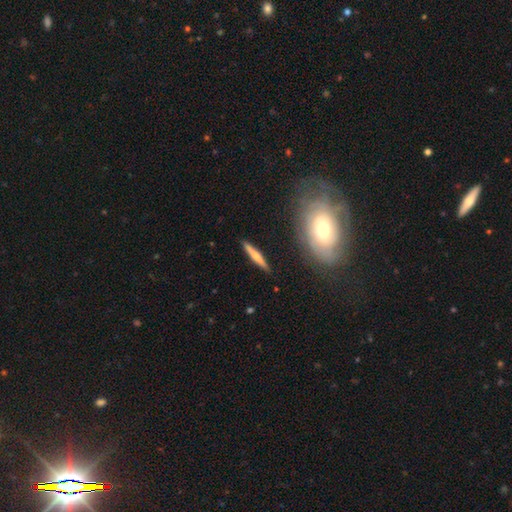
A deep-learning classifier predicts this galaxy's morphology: smooth_or_featured: smooth (p=0.48) [alt: featured or disk p=0.45]
merging: none (p=0.89) [alt: minor disturbance p=0.07]